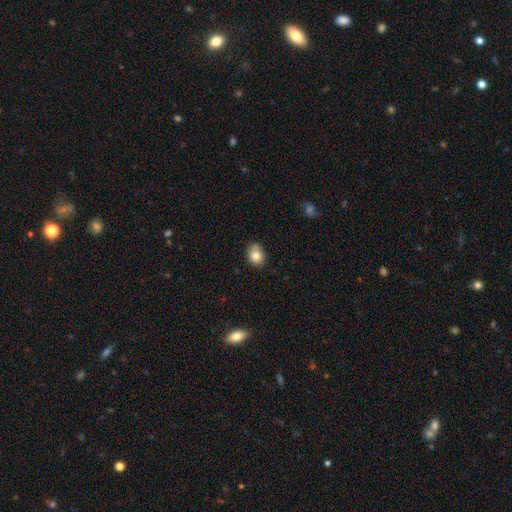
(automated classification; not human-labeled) This appears to be a smooth galaxy with no disk features (80%) that is round (52%). Merging: none (64%).